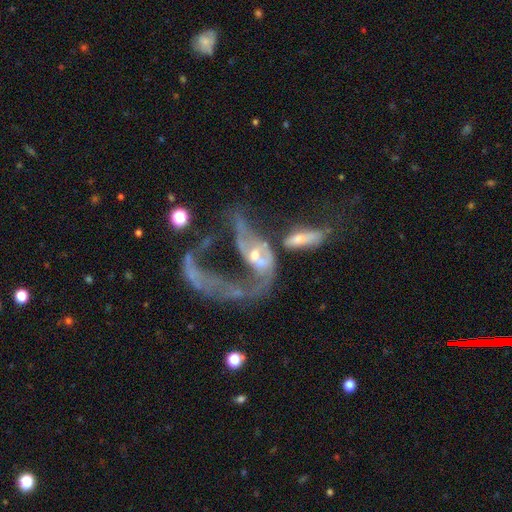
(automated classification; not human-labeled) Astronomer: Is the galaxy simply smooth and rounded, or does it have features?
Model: featured or disk — 76%.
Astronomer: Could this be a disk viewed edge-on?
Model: no — 94%.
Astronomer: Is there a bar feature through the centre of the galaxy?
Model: no — 62%.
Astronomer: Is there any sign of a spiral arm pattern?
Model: yes — 65%.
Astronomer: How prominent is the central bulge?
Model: moderate — 41% (runner-up: small, 40%).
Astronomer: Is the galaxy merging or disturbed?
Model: merger — 55%.